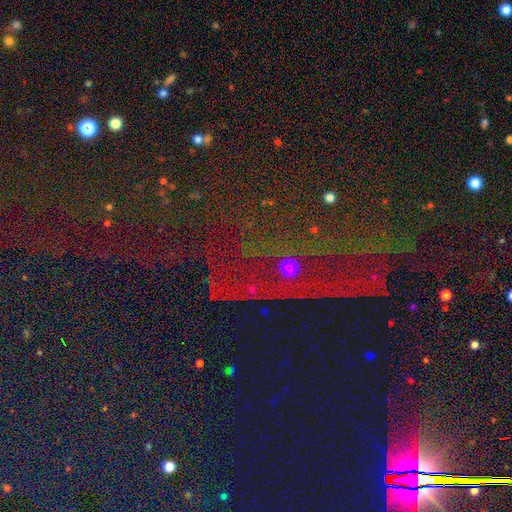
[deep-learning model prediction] Smooth or featured: star or artifact — 77% (smooth — 12%)